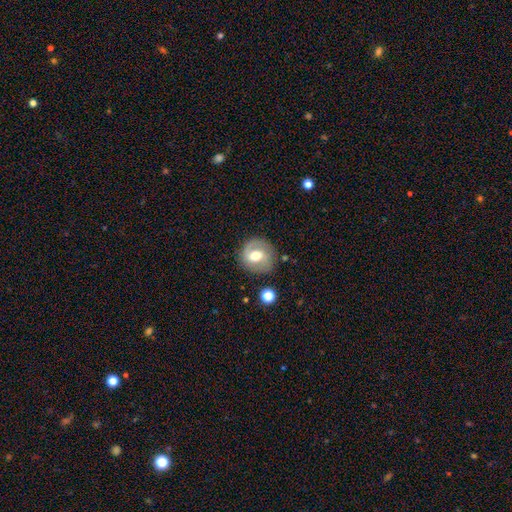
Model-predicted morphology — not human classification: type=featured or disk (60%); edge-on=no (97%); bar=weak (50%); spiral arms=yes (79%); bulge=moderate (69%); merging=none (77%).